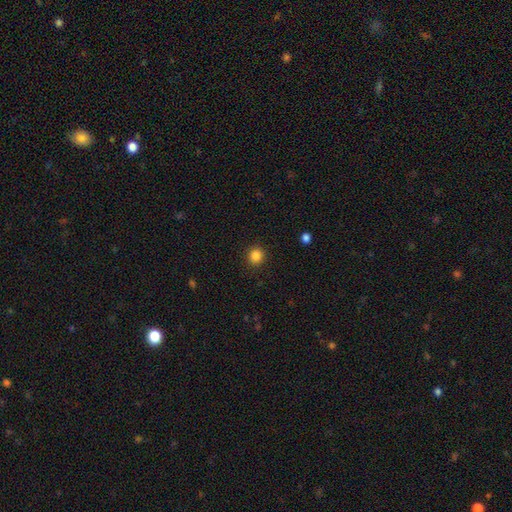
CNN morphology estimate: Smooth or featured?
  - smooth: 85% *
  - star or artifact: 11%
  - featured or disk: 4%
How rounded?
  - round: 91% *
  - in between: 8%
  - cigar-shaped: 1%
Merging?
  - none: 92% *
  - minor disturbance: 5%
  - major disturbance: 2%
  - merger: 1%